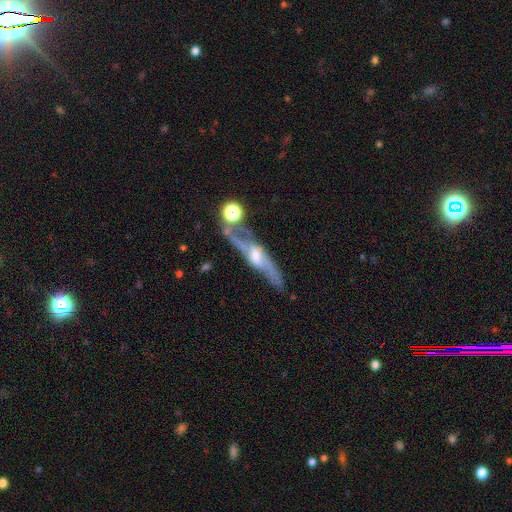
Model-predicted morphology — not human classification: This appears to be a featured or disk galaxy (81%) viewed edge-on (60%). Merging: none (58%).